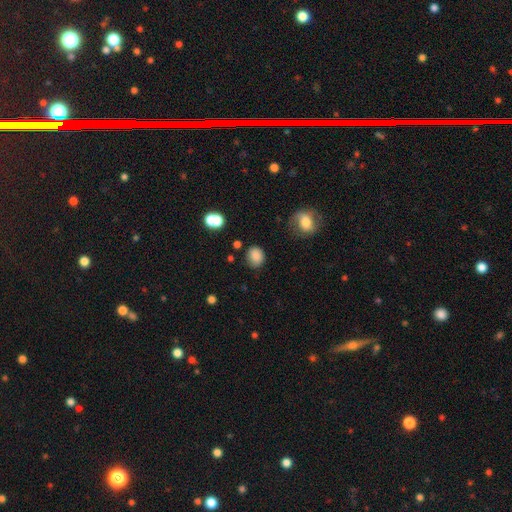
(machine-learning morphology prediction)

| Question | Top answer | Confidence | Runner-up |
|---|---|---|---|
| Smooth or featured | smooth | 83% | star or artifact (10%) |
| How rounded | round | 67% | in between (32%) |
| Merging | none | 77% | minor disturbance (15%) |